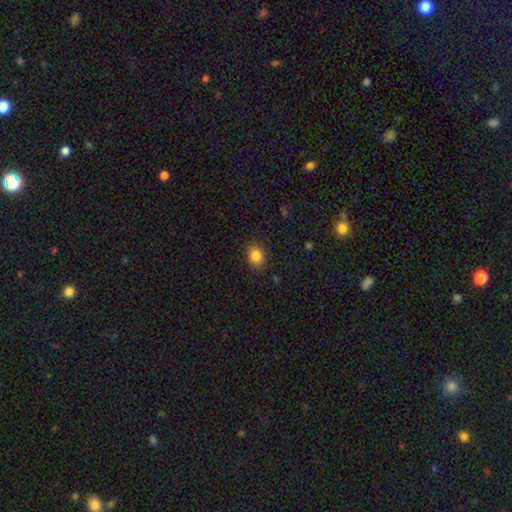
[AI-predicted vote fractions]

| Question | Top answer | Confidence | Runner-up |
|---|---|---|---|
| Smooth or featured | smooth | 85% | star or artifact (10%) |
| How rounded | in between | 58% | round (41%) |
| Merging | none | 88% | minor disturbance (9%) |